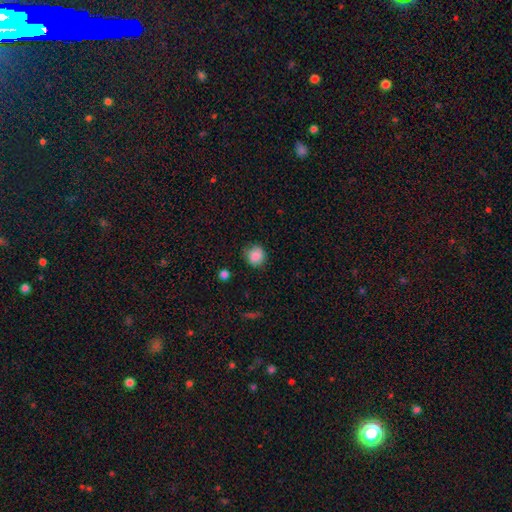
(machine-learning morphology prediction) smooth_or_featured: smooth (p=0.87) [alt: star or artifact p=0.09]
how_rounded: round (p=0.85) [alt: in between p=0.14]
merging: none (p=0.79) [alt: minor disturbance p=0.16]